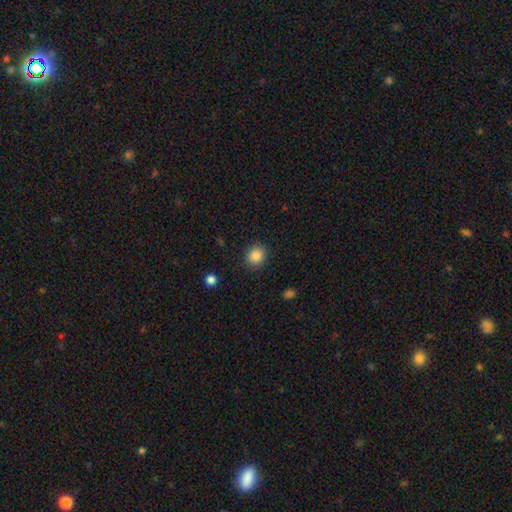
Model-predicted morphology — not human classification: A smooth galaxy with no disk features (86%) that is round (80%). Merging: none (89%).